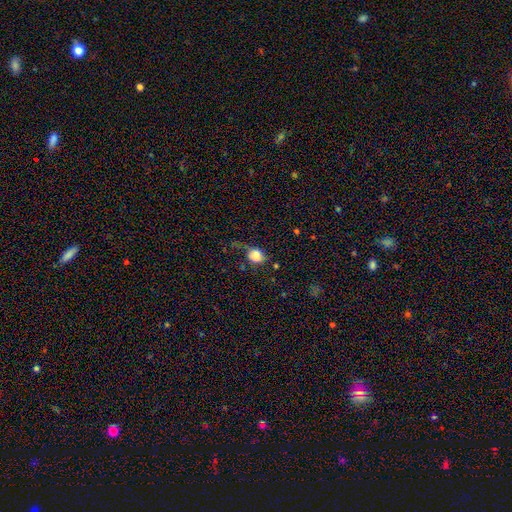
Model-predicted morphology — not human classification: smooth_or_featured: smooth (p=0.83) [alt: star or artifact p=0.10]
how_rounded: round (p=0.68) [alt: in between p=0.30]
merging: none (p=0.50) [alt: minor disturbance p=0.28]